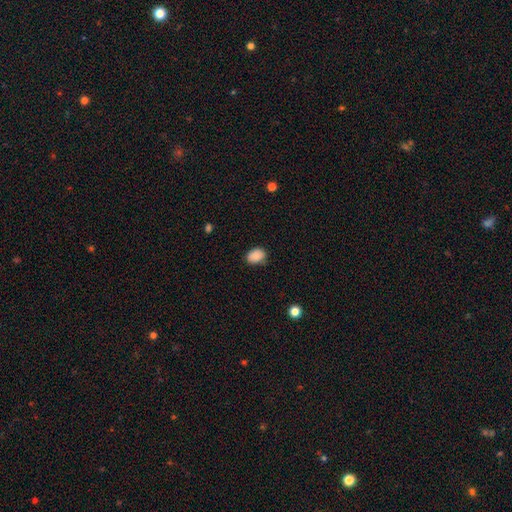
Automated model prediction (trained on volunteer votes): The model was most divided on "how rounded": in between: 71%, round: 28%, cigar-shaped: 1%. More confident: smooth or featured — smooth (88%); merging — none (79%).